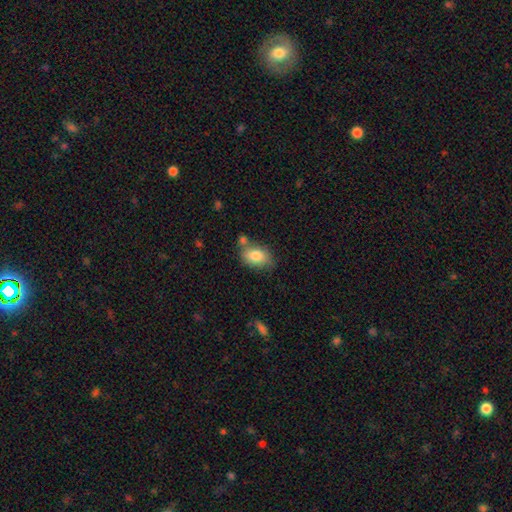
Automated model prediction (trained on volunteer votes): This is clearly a smooth galaxy (82%). How rounded: clearly in between (83%). Merging: likely none (60%).